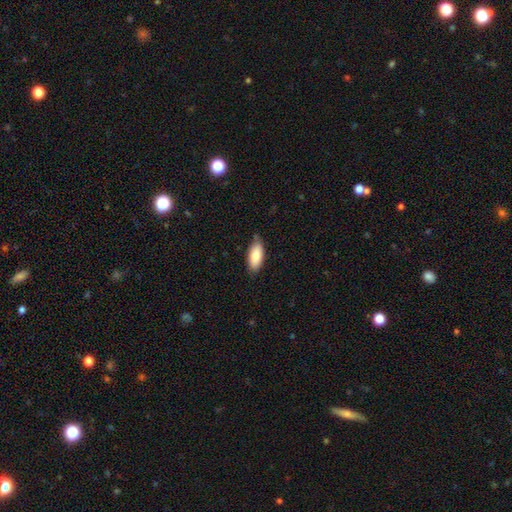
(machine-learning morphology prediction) smooth_or_featured: smooth (p=0.83) [alt: featured or disk p=0.11]
how_rounded: in between (p=0.86) [alt: cigar-shaped p=0.12]
merging: none (p=0.76) [alt: minor disturbance p=0.20]